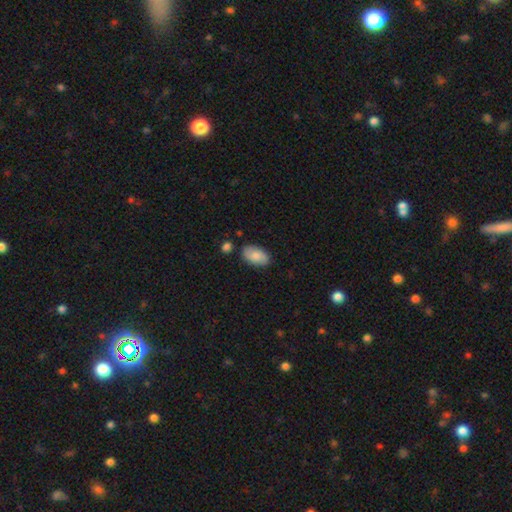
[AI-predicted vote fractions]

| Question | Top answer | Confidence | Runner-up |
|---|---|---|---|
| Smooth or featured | smooth | 71% | featured or disk (22%) |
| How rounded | in between | 93% | round (5%) |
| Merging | none | 78% | minor disturbance (15%) |